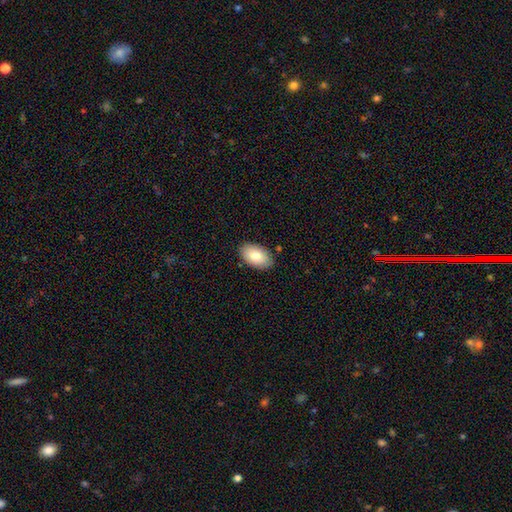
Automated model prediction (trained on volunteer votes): smooth_or_featured: smooth (p=0.80) [alt: featured or disk p=0.14]
how_rounded: in between (p=0.94) [alt: round p=0.05]
merging: none (p=0.86) [alt: minor disturbance p=0.11]